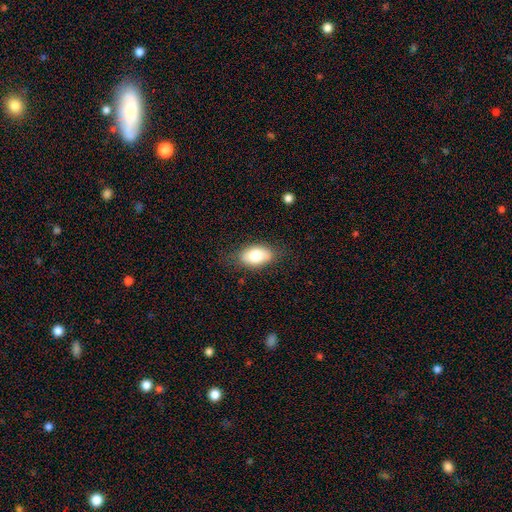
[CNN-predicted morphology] Q: Smooth or featured?
A: smooth (78%); runner-up: featured or disk (15%)
Q: How rounded?
A: in between (92%); runner-up: round (6%)
Q: Merging?
A: none (78%); runner-up: minor disturbance (16%)